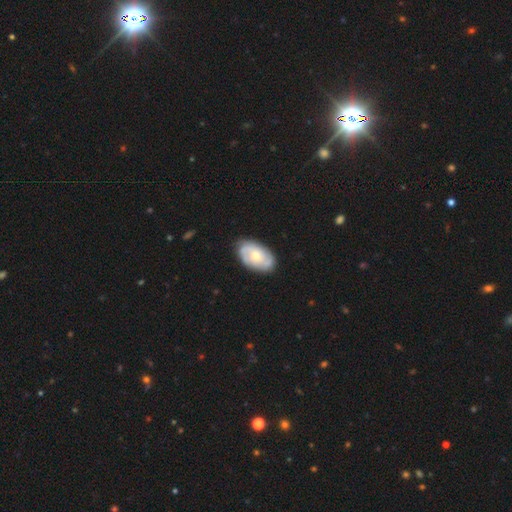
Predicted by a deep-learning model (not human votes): Smooth or featured? Predicted: featured or disk (p=0.63). Edge-on disk? Predicted: no (p=0.95). Bar? Predicted: no (p=0.76). Spiral arms? Predicted: yes (p=0.82). Bulge size? Predicted: moderate (p=0.57). Merging? Predicted: none (p=0.80).